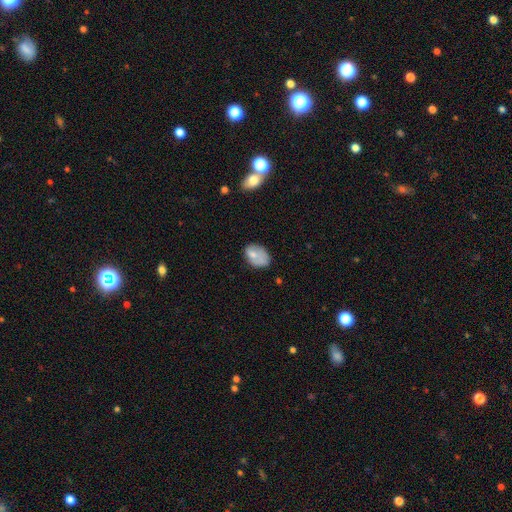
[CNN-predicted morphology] smooth-or-featured: smooth: 73% | featured or disk: 19% | star or artifact: 8%
  how-rounded: in between: 83% | round: 16% | cigar-shaped: 1%
  merging: none: 51% | minor disturbance: 32% | major disturbance: 12% | merger: 4%